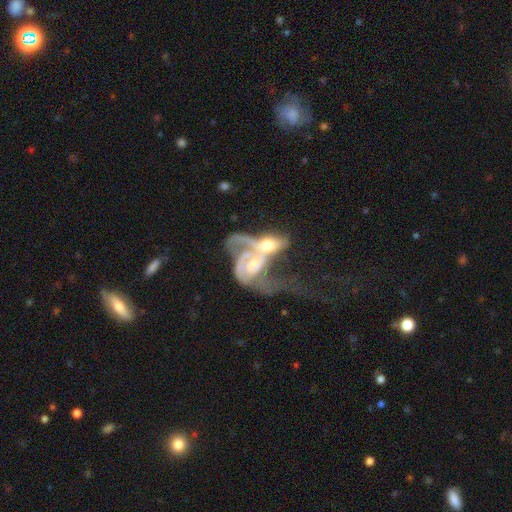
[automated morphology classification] smooth_or_featured: featured or disk (p=0.78) [alt: smooth p=0.13]
disk_edge_on: no (p=0.93) [alt: yes p=0.07]
bar: no (p=0.55) [alt: weak p=0.31]
has_spiral_arms: yes (p=0.83) [alt: no p=0.17]
spiral_winding: loose (p=0.47) [alt: medium p=0.32]
spiral_arm_count: 2 (p=0.53) [alt: can't tell p=0.23]
bulge_size: moderate (p=0.52) [alt: small p=0.29]
merging: merger (p=0.73) [alt: major disturbance p=0.14]